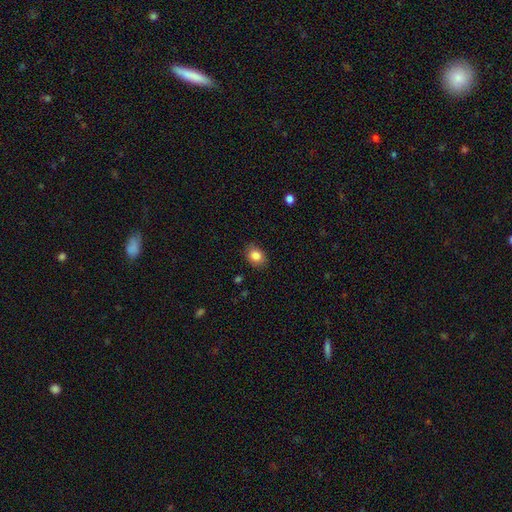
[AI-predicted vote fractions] smooth 85%, star or artifact 9%, featured or disk 6%. Down the decision tree: how rounded — in between (57%); merging — none (84%).